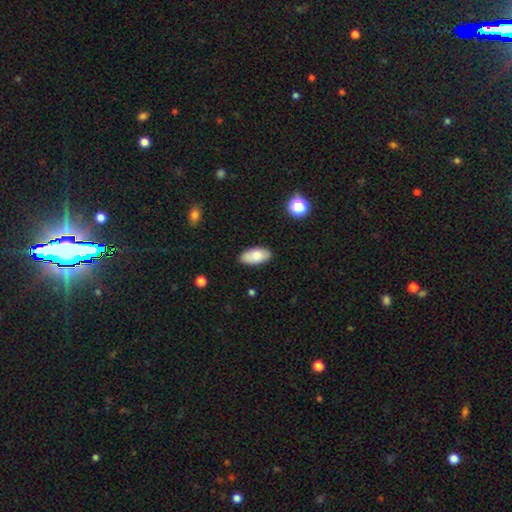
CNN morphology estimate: type=smooth (84%); roundness=in between (93%); merging=none (87%).